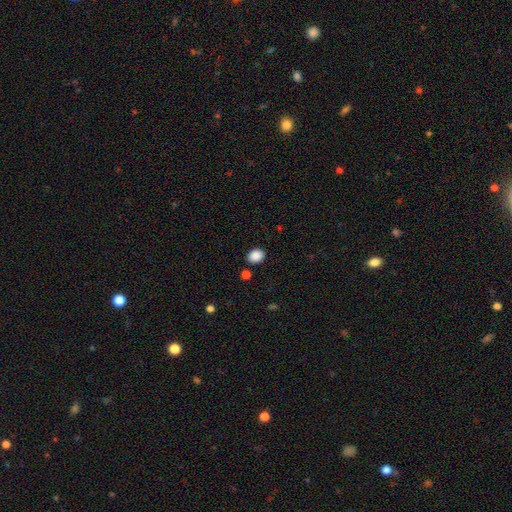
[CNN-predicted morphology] Q: Smooth or featured?
A: smooth (89%); runner-up: star or artifact (9%)
Q: How rounded?
A: in between (60%); runner-up: round (39%)
Q: Merging?
A: none (86%); runner-up: minor disturbance (9%)